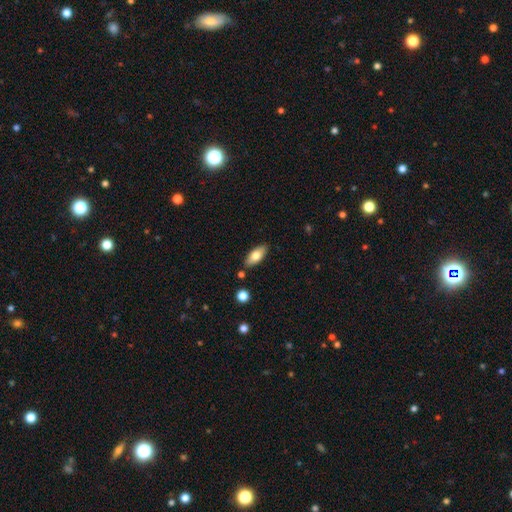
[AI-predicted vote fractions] Smooth or featured?
  - smooth: 73% *
  - featured or disk: 20%
  - star or artifact: 7%
How rounded?
  - in between: 82% *
  - cigar-shaped: 16%
  - round: 3%
Merging?
  - none: 84% *
  - minor disturbance: 11%
  - merger: 3%
  - major disturbance: 2%